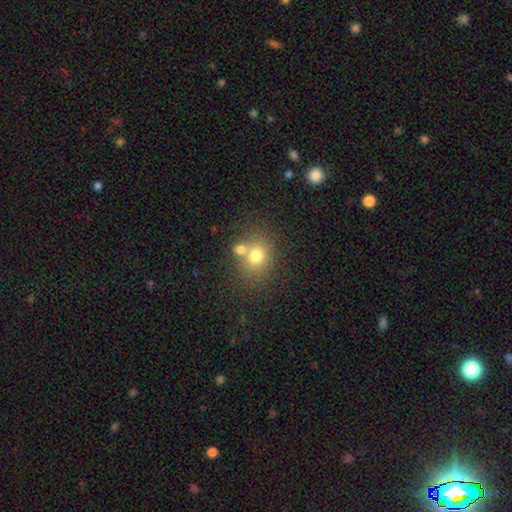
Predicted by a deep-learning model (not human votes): smooth-or-featured: smooth: 74% | star or artifact: 14% | featured or disk: 13%
  how-rounded: round: 73% | in between: 26% | cigar-shaped: 1%
  merging: none: 52% | merger: 36% | minor disturbance: 9% | major disturbance: 4%